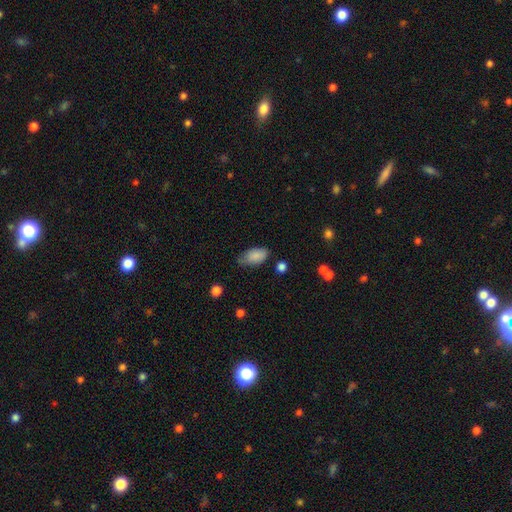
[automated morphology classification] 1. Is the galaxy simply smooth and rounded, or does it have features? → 85% smooth, 7% featured or disk, 7% star or artifact.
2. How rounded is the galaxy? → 93% in between, 4% round, 3% cigar-shaped.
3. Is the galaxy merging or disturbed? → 59% none, 32% minor disturbance, 7% major disturbance, 2% merger.